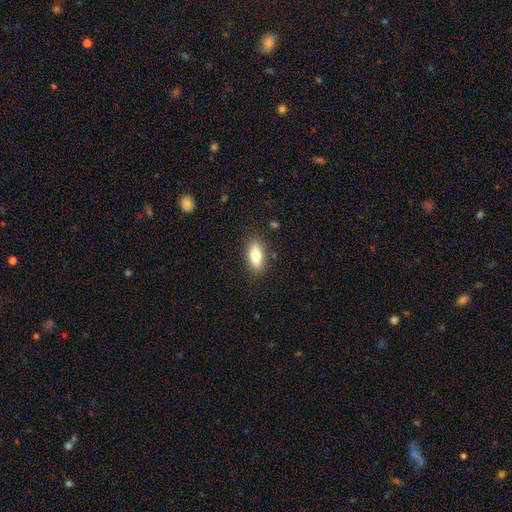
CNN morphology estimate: A smooth galaxy with no disk features (77%) that is in between round and cigar-shaped (81%). Merging: none (86%).